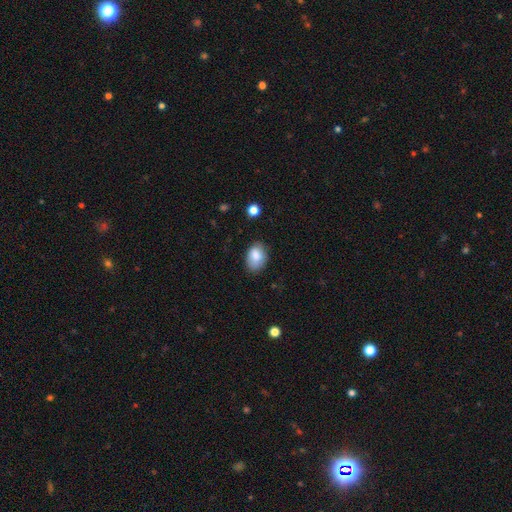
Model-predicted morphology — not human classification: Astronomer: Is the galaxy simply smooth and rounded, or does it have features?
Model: smooth — 84%.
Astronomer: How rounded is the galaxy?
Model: in between — 83%.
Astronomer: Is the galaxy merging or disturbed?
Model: none — 71%.